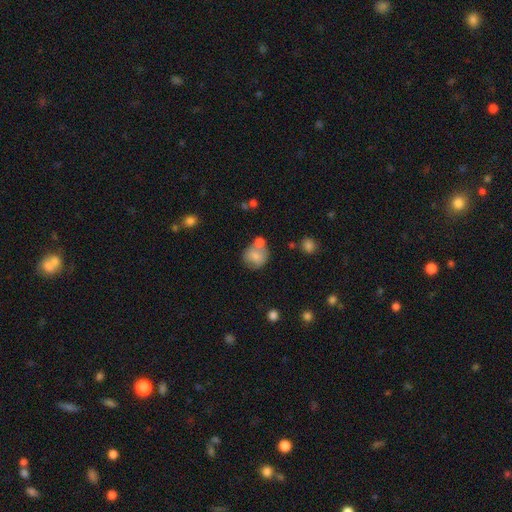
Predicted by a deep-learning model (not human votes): This is likely a smooth galaxy (76%). How rounded: likely round (80%). Merging: possibly none (53%).